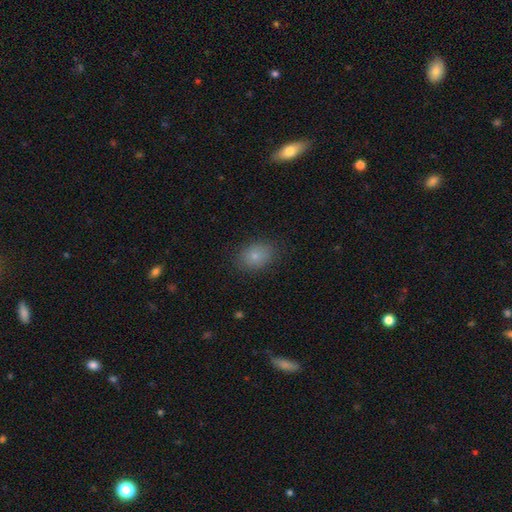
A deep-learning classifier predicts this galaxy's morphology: Smooth or featured? Predicted: smooth (p=0.79). How rounded? Predicted: in between (p=0.71). Merging? Predicted: none (p=0.84).